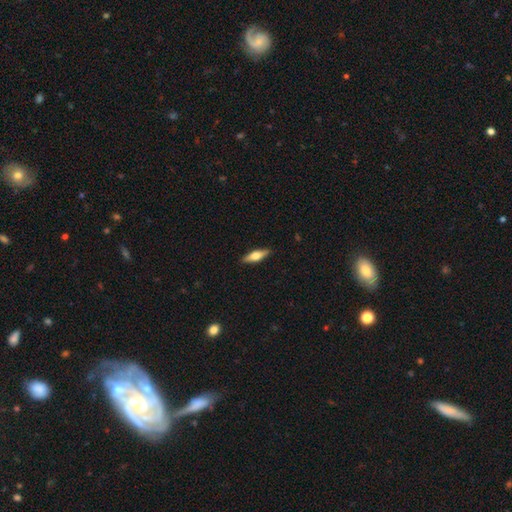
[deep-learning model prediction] Morphology: type=smooth (48%); merging=none (89%).